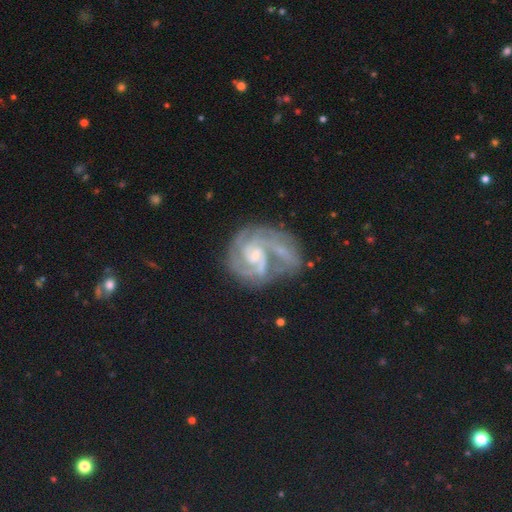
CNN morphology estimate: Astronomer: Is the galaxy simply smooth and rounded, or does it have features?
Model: featured or disk — 89%.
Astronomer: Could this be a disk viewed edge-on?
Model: no — 98%.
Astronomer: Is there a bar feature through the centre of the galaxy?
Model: weak — 46% (runner-up: no, 41%).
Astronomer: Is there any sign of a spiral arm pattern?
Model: yes — 98%.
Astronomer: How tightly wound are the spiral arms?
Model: tight — 54% (runner-up: medium, 39%).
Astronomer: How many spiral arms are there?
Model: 2 — 37% (runner-up: 3, 34%).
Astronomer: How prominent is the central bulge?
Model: small — 58%.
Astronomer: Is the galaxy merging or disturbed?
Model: none — 45% (runner-up: merger, 23%).